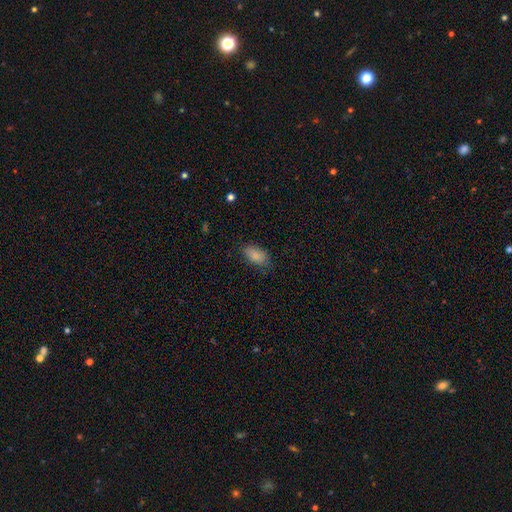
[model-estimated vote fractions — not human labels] Smooth or featured?
  - smooth: 87% *
  - star or artifact: 8%
  - featured or disk: 6%
How rounded?
  - in between: 92% *
  - round: 4%
  - cigar-shaped: 4%
Merging?
  - none: 76% *
  - minor disturbance: 18%
  - major disturbance: 5%
  - merger: 1%